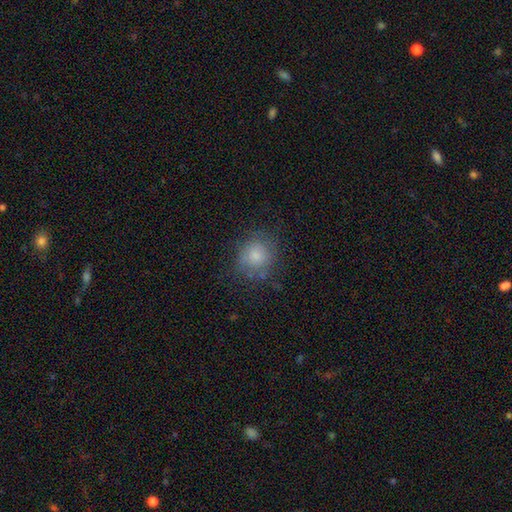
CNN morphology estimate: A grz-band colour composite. It shows a smooth galaxy with no disk features (76%) that is round (81%). Merging: none (68%).